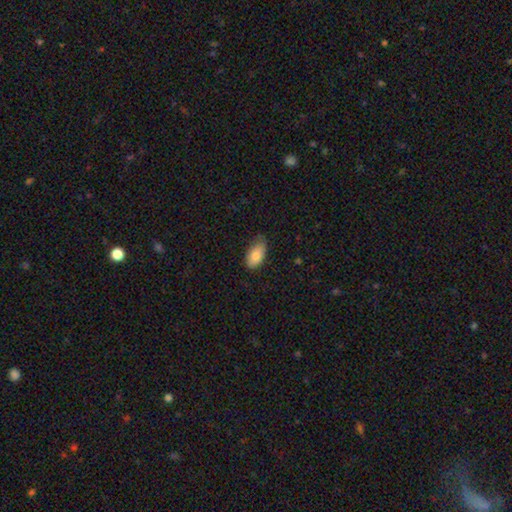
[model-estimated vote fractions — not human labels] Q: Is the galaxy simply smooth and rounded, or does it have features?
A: smooth — 82%.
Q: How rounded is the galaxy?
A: in between — 94%.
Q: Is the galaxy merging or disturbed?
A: none — 62%.